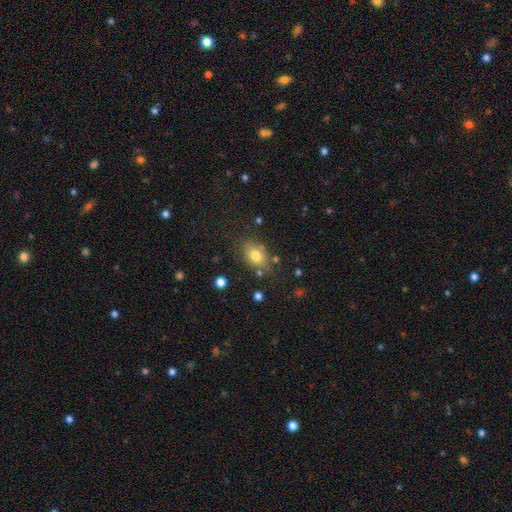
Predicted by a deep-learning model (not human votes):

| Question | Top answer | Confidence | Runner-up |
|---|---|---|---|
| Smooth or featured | smooth | 77% | featured or disk (12%) |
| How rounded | in between | 74% | round (24%) |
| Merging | none | 74% | minor disturbance (16%) |